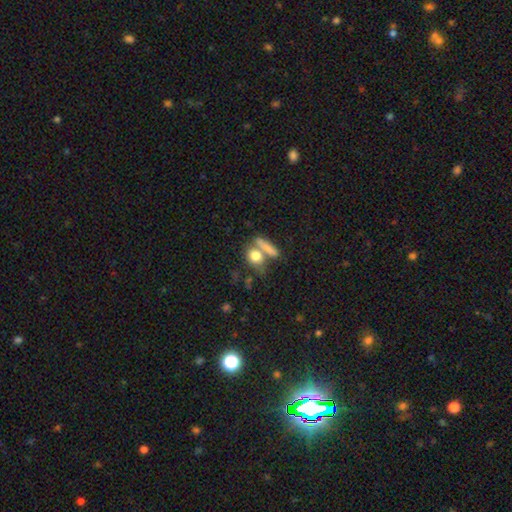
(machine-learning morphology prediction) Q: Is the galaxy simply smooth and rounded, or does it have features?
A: smooth — 78%.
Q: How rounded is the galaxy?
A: in between — 46%.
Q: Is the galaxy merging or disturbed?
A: none — 47%.